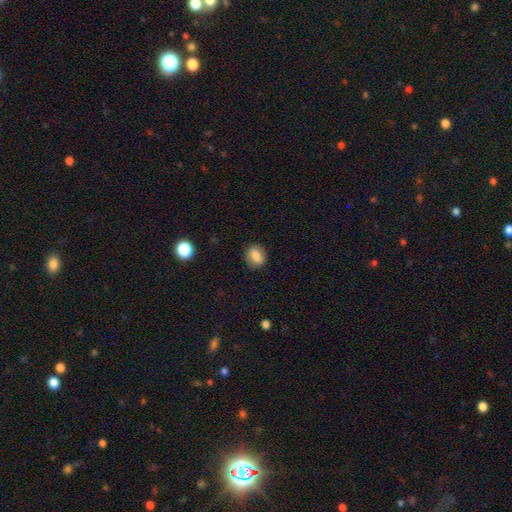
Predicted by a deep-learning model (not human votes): A smooth galaxy with no disk features (75%) that is in between round and cigar-shaped (56%). Merging: none (83%).